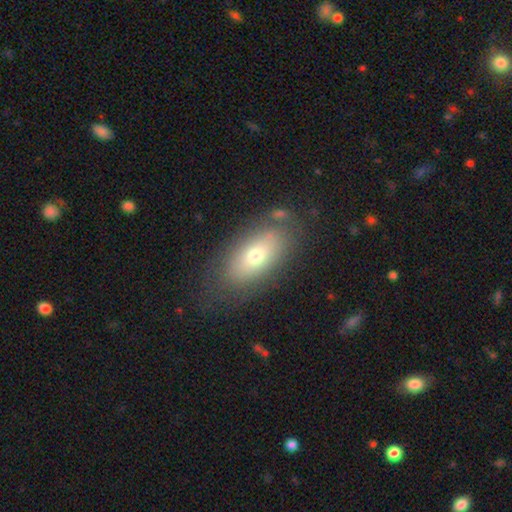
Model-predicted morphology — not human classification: smooth-or-featured: smooth: 67% | featured or disk: 24% | star or artifact: 9%
  how-rounded: in between: 86% | cigar-shaped: 8% | round: 6%
  merging: none: 74% | minor disturbance: 16% | major disturbance: 7% | merger: 3%